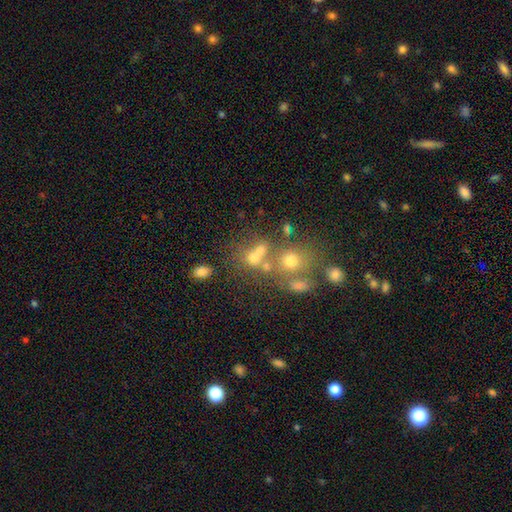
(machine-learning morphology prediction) smooth 60%, star or artifact 20%, featured or disk 19%. Down the decision tree: how rounded — round (56%); merging — merger (41%).